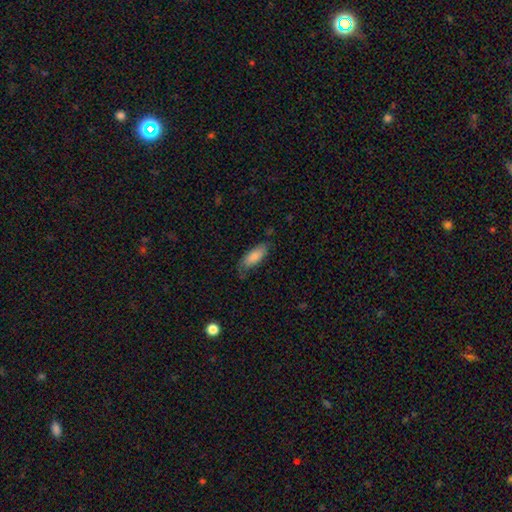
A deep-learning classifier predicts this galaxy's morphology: Smooth or featured? Predicted: smooth (p=0.83). How rounded? Predicted: in between (p=0.72). Merging? Predicted: none (p=0.69).